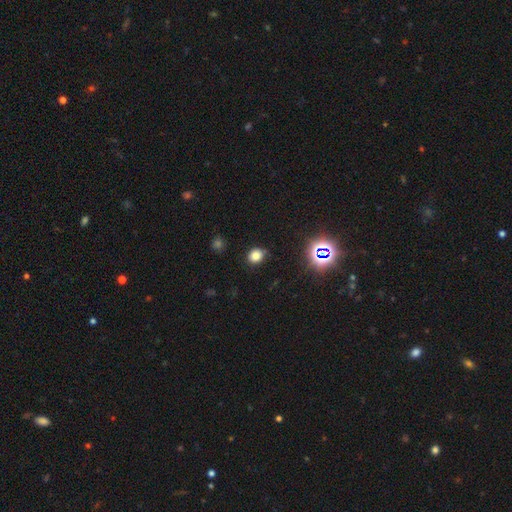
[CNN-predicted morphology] The model was most divided on "how rounded": round: 63%, in between: 36%, cigar-shaped: 1%. More confident: merging — none (80%); smooth or featured — smooth (76%).